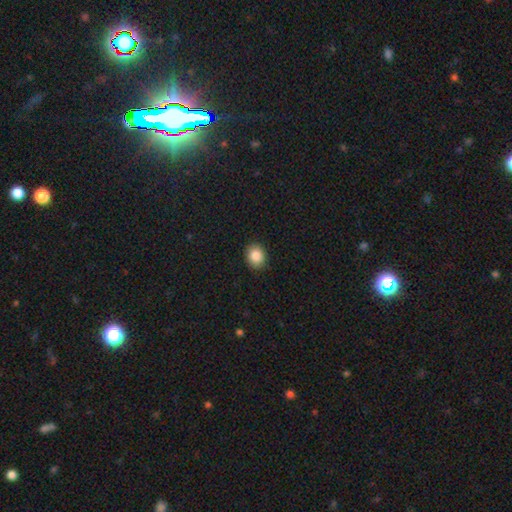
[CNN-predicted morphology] smooth 87%, star or artifact 8%, featured or disk 5%. Down the decision tree: how rounded — round (54%); merging — none (89%).